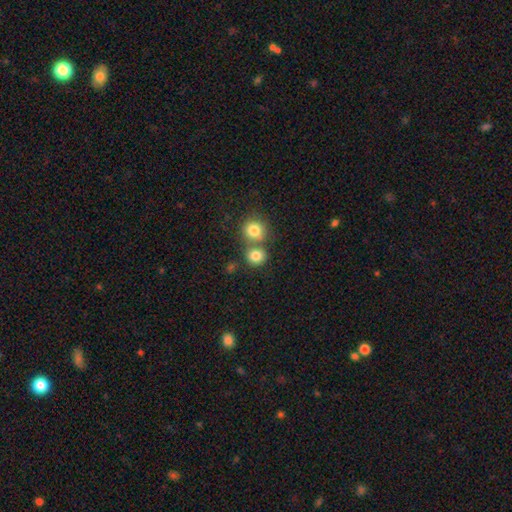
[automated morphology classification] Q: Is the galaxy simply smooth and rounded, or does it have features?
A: smooth — 81%.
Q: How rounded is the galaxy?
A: round — 86%.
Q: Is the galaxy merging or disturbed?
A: none — 54%.